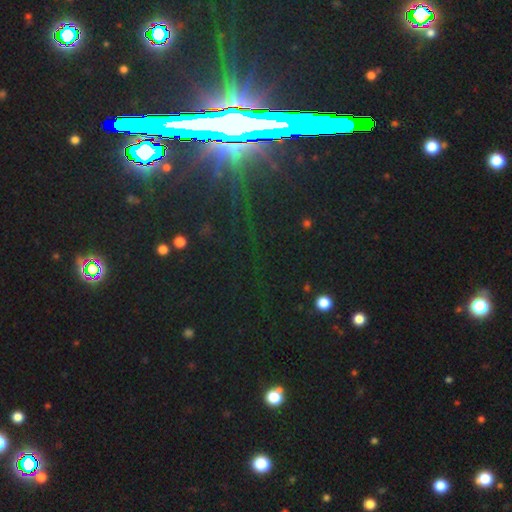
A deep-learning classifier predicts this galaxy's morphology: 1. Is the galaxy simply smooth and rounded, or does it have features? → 82% star or artifact, 9% featured or disk, 9% smooth.